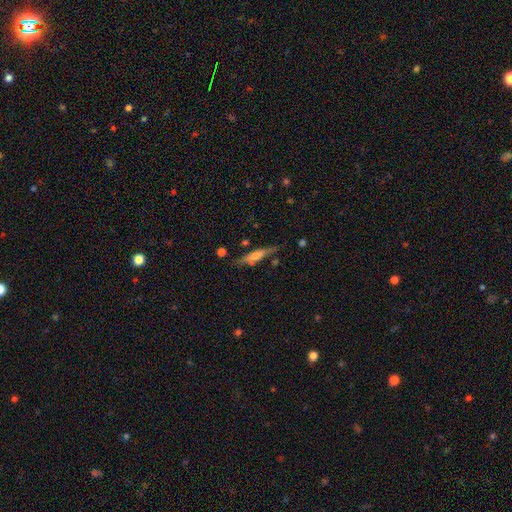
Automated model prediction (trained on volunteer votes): Smooth or featured?
  - featured or disk: 47% *
  - smooth: 45%
  - star or artifact: 8%
Merging?
  - none: 67% *
  - minor disturbance: 21%
  - major disturbance: 7%
  - merger: 5%